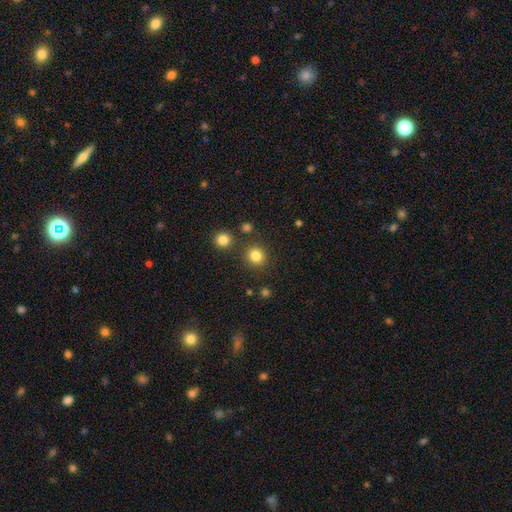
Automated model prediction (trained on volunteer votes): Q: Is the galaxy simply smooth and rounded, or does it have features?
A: smooth — 83%.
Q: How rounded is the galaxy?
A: round — 88%.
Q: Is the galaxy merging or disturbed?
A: none — 85%.